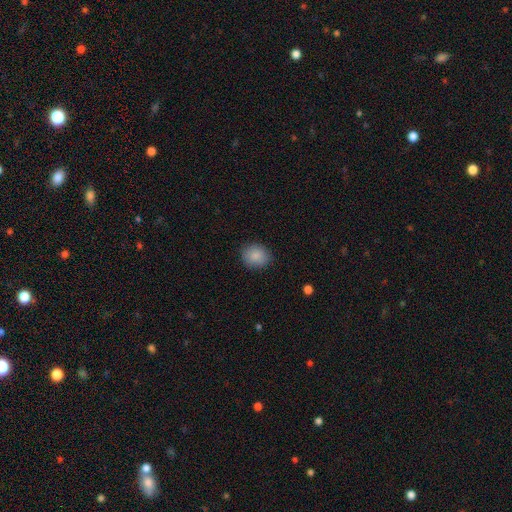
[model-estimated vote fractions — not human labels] Q: Smooth or featured?
A: smooth (87%); runner-up: star or artifact (8%)
Q: How rounded?
A: round (68%); runner-up: in between (31%)
Q: Merging?
A: none (86%); runner-up: minor disturbance (10%)